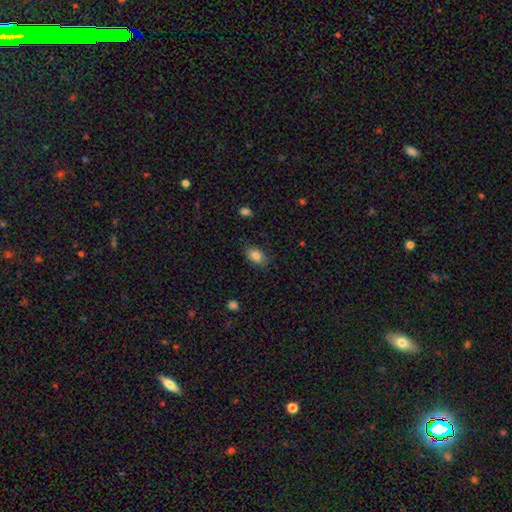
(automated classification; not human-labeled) smooth 85%, star or artifact 9%, featured or disk 6%. Down the decision tree: how rounded — in between (77%); merging — none (79%).